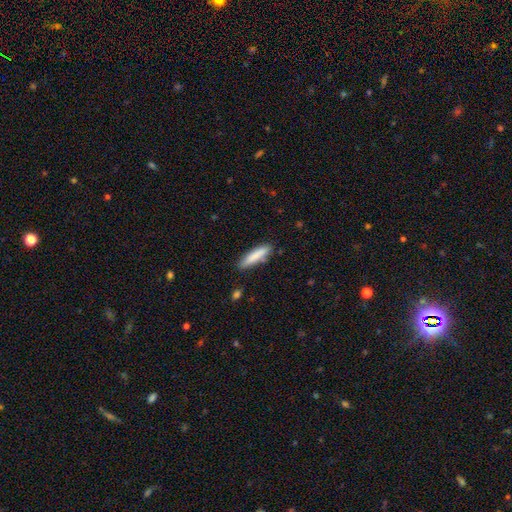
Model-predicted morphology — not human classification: smooth-or-featured: smooth: 83% | featured or disk: 11% | star or artifact: 6%
  how-rounded: cigar-shaped: 80% | in between: 19% | round: 1%
  merging: none: 81% | minor disturbance: 13% | merger: 3% | major disturbance: 3%